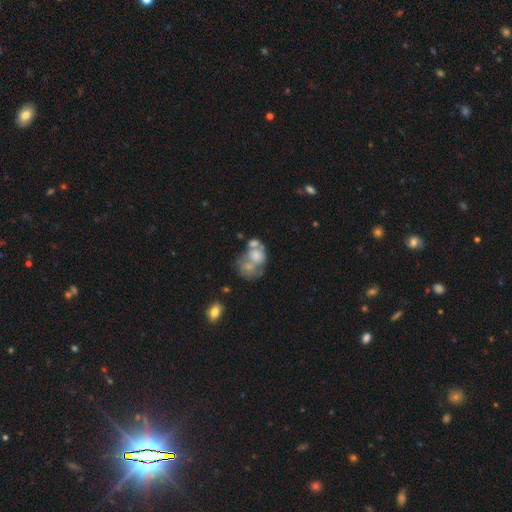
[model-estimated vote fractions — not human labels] Smooth or featured: smooth — 46% (featured or disk — 44%)
Merging: merger — 55% (none — 18%)